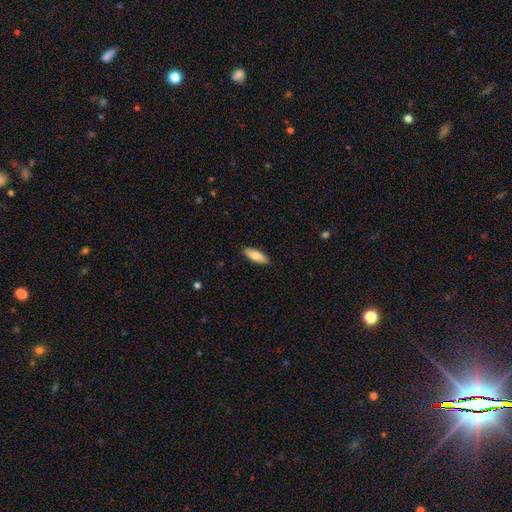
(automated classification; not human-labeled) This is likely a smooth galaxy (77%). How rounded: possibly in between (60%). Merging: clearly none (89%).